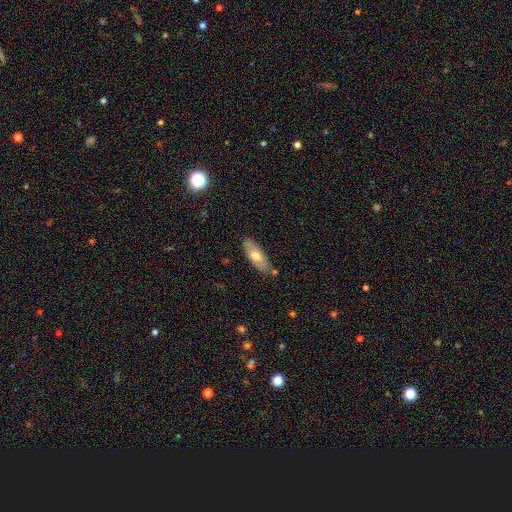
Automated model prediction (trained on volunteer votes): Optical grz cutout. It shows a smooth galaxy with no disk features (65%) that is in between round and cigar-shaped (73%). Merging: none (79%).